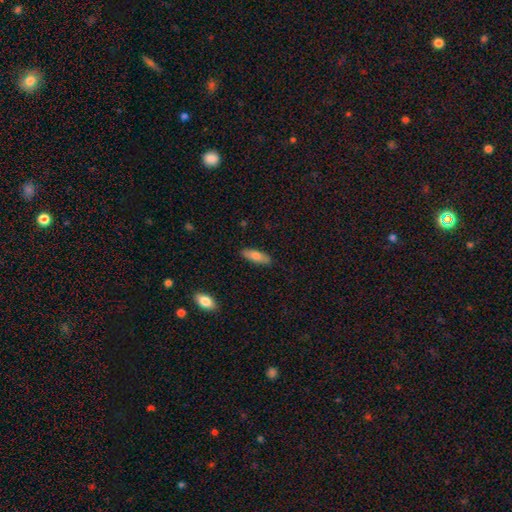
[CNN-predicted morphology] Smooth or featured?
  - smooth: 76% *
  - featured or disk: 18%
  - star or artifact: 6%
How rounded?
  - in between: 56% *
  - cigar-shaped: 42%
  - round: 2%
Merging?
  - none: 86% *
  - minor disturbance: 10%
  - major disturbance: 2%
  - merger: 1%